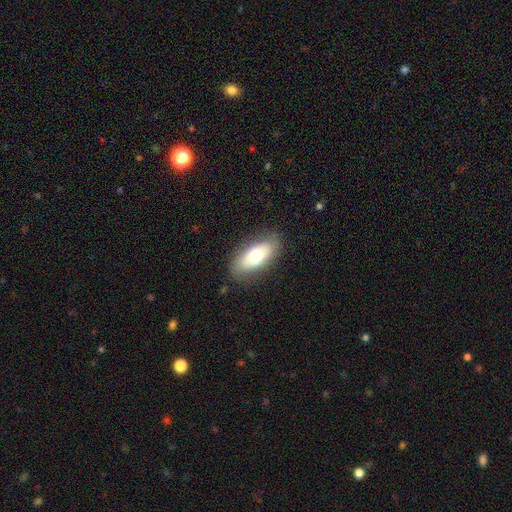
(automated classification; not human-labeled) Overall: smooth (65%; featured or disk 29%). How rounded: in between (88%). Merging: none (83%).